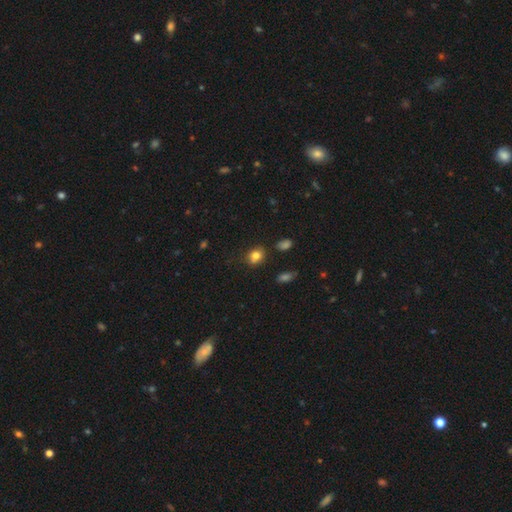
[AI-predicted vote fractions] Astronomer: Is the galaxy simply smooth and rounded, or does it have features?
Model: smooth — 82%.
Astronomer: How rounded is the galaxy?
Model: round — 55% (runner-up: in between, 44%).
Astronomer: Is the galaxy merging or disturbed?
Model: none — 75%.